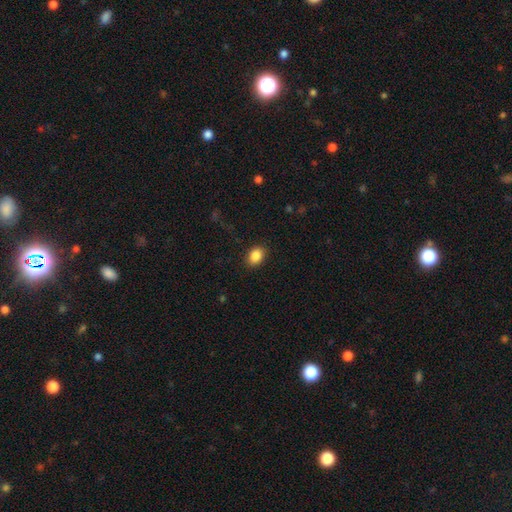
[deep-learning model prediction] Smooth or featured? Predicted: smooth (p=0.87). How rounded? Predicted: in between (p=0.71). Merging? Predicted: none (p=0.88).